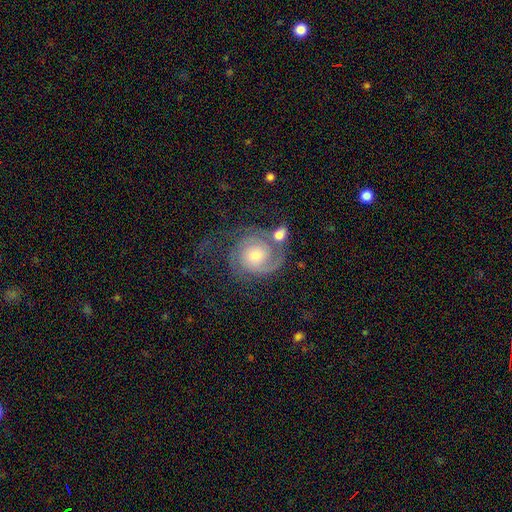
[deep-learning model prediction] Q: Smooth or featured?
A: featured or disk (83%); runner-up: smooth (11%)
Q: Edge-on disk?
A: no (97%); runner-up: yes (3%)
Q: Bar?
A: no (73%); runner-up: weak (23%)
Q: Spiral arms?
A: yes (96%); runner-up: no (4%)
Q: Spiral winding?
A: tight (58%); runner-up: medium (32%)
Q: Spiral arm count?
A: 2 (58%); runner-up: can't tell (15%)
Q: Bulge size?
A: moderate (54%); runner-up: small (35%)
Q: Merging?
A: none (48%); runner-up: merger (18%)